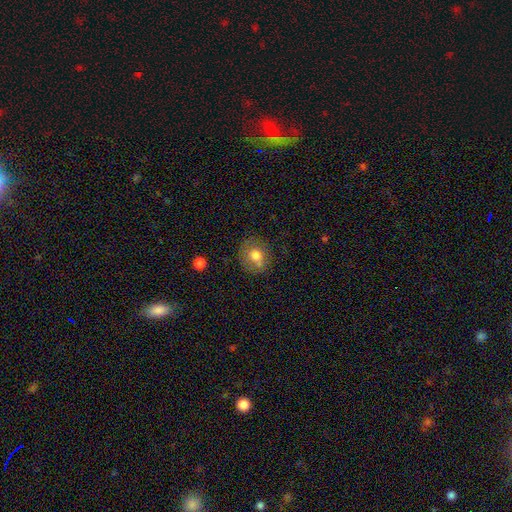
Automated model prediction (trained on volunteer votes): smooth-or-featured: smooth: 72% | featured or disk: 19% | star or artifact: 10%
  how-rounded: round: 72% | in between: 27% | cigar-shaped: 1%
  merging: none: 70% | minor disturbance: 19% | major disturbance: 7% | merger: 4%